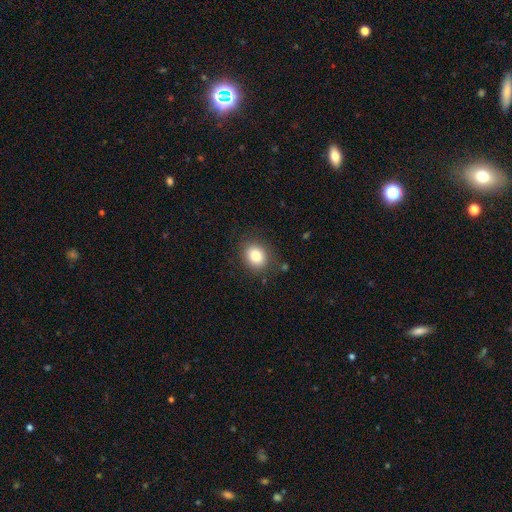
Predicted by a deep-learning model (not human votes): Smooth or featured? smooth (82%)
How rounded? round (61%)
Merging? none (84%)